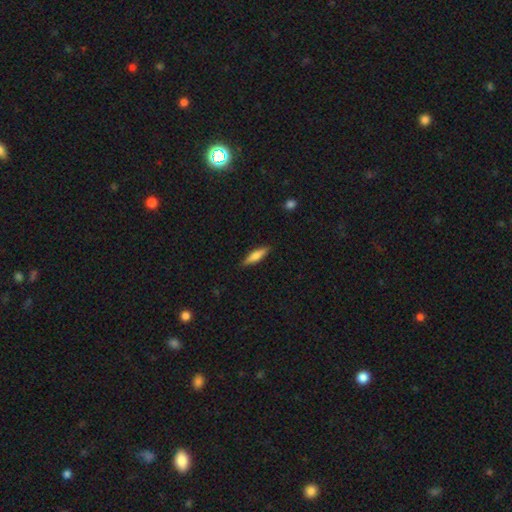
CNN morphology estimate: The model was most divided on "smooth or featured": smooth: 65%, featured or disk: 29%, star or artifact: 6%. More confident: merging — none (88%); how rounded — cigar-shaped (72%).